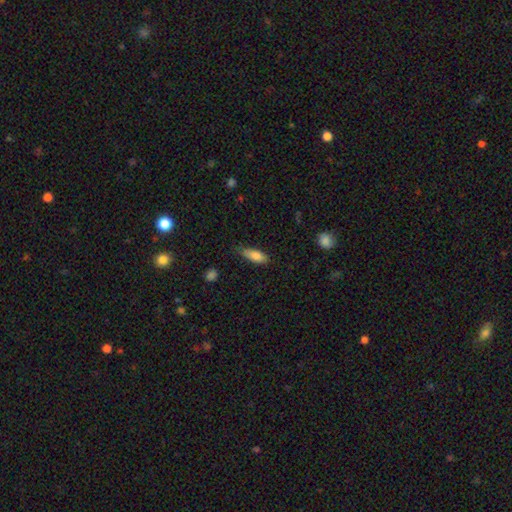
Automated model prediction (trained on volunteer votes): Smooth or featured?
  - smooth: 81% *
  - featured or disk: 12%
  - star or artifact: 7%
How rounded?
  - in between: 69% *
  - cigar-shaped: 28%
  - round: 2%
Merging?
  - none: 67% *
  - minor disturbance: 27%
  - major disturbance: 5%
  - merger: 2%